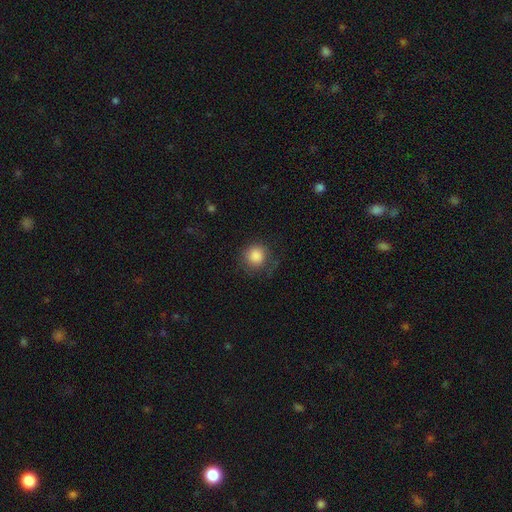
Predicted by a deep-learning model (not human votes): A smooth galaxy with no disk features (86%) that is round (90%). Merging: none (68%).